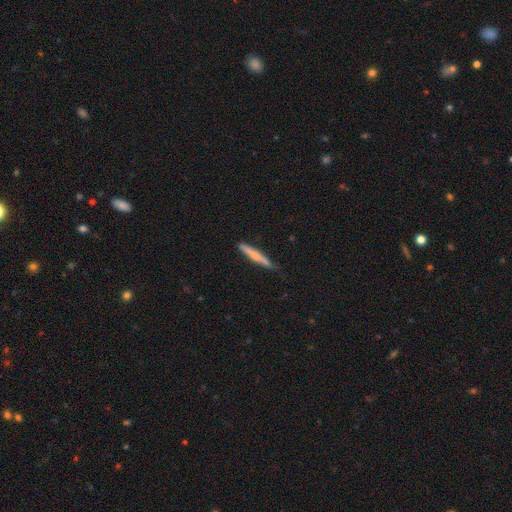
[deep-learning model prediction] Smooth or featured? smooth (54%)
How rounded? cigar-shaped (94%)
Merging? none (86%)